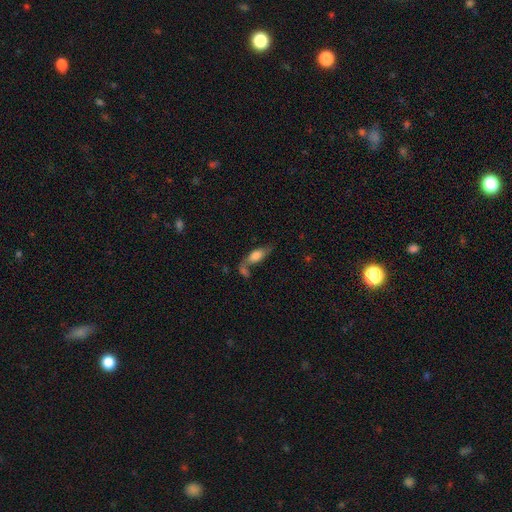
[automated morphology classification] smooth_or_featured: smooth (p=0.60) [alt: featured or disk p=0.32]
how_rounded: in between (p=0.76) [alt: cigar-shaped p=0.19]
merging: merger (p=0.39) [alt: none p=0.34]